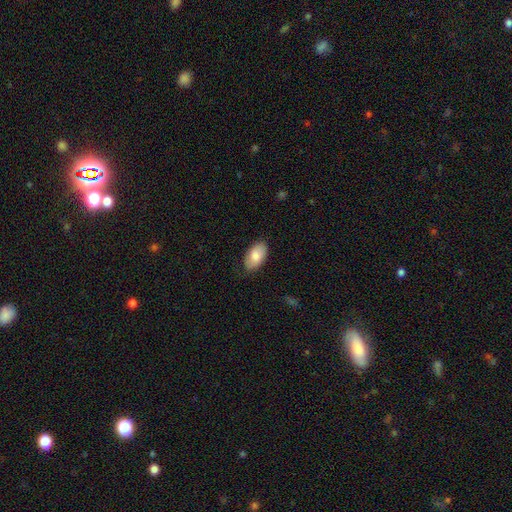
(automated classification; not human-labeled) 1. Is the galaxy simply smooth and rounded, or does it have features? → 82% smooth, 13% featured or disk, 6% star or artifact.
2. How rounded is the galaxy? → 95% in between, 3% round, 2% cigar-shaped.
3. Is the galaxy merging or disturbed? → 80% none, 16% minor disturbance, 3% major disturbance, 1% merger.